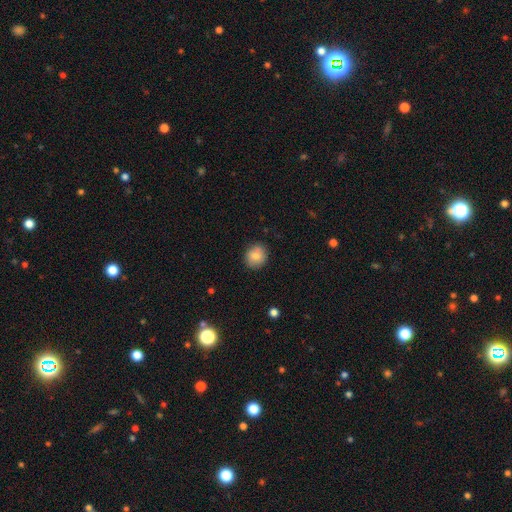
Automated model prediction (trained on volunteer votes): Smooth or featured? smooth (78%)
How rounded? round (77%)
Merging? none (87%)